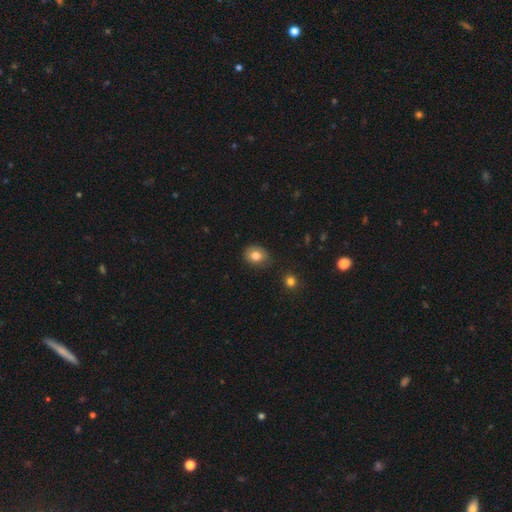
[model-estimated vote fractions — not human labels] smooth_or_featured: smooth (p=0.80) [alt: featured or disk p=0.11]
how_rounded: in between (p=0.50) [alt: round p=0.49]
merging: none (p=0.80) [alt: minor disturbance p=0.15]